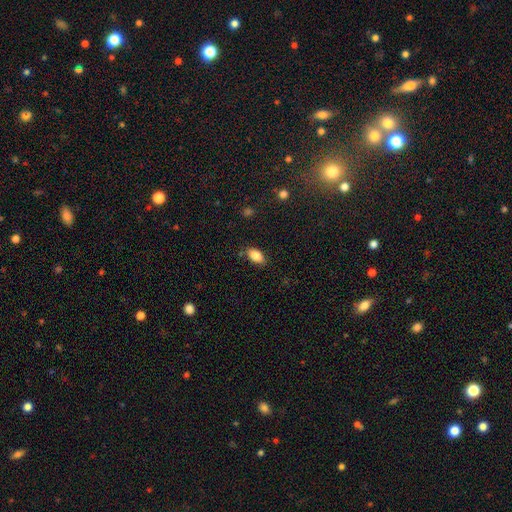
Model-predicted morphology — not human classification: smooth-or-featured: smooth: 85% | star or artifact: 8% | featured or disk: 7%
  how-rounded: in between: 91% | round: 6% | cigar-shaped: 3%
  merging: none: 82% | minor disturbance: 13% | major disturbance: 3% | merger: 2%